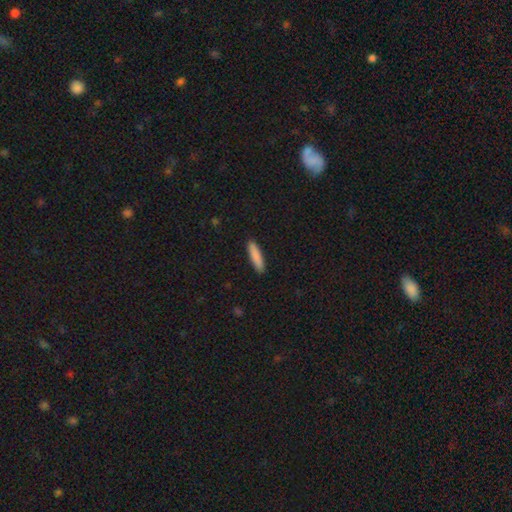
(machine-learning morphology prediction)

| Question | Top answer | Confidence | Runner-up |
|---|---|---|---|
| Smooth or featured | smooth | 87% | featured or disk (8%) |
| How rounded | cigar-shaped | 83% | in between (16%) |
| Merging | none | 91% | minor disturbance (6%) |